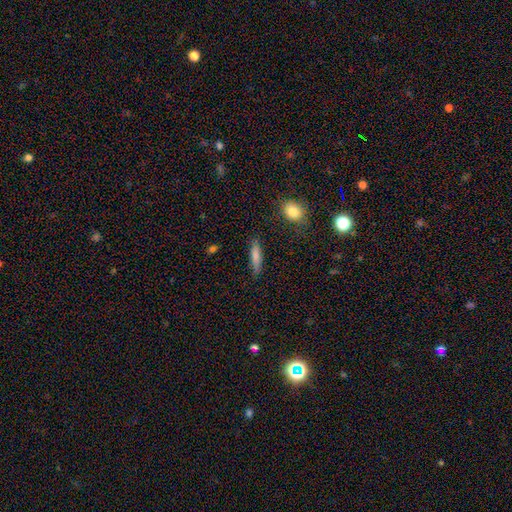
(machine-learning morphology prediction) Smooth or featured? Predicted: smooth (p=0.76). How rounded? Predicted: cigar-shaped (p=0.77). Merging? Predicted: none (p=0.84).